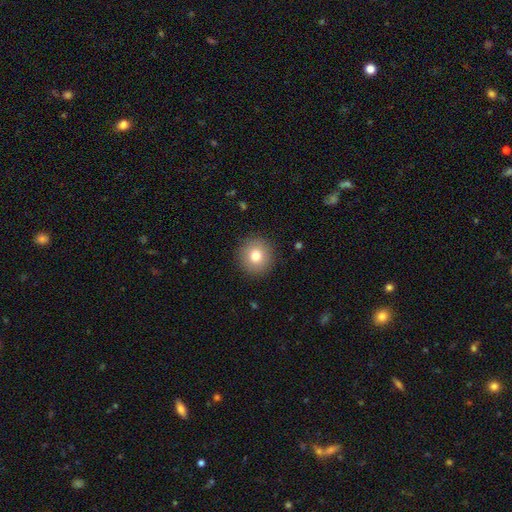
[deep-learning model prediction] smooth-or-featured: smooth: 78% | featured or disk: 11% | star or artifact: 11%
  how-rounded: round: 93% | in between: 6% | cigar-shaped: 1%
  merging: none: 91% | minor disturbance: 6% | major disturbance: 2% | merger: 1%